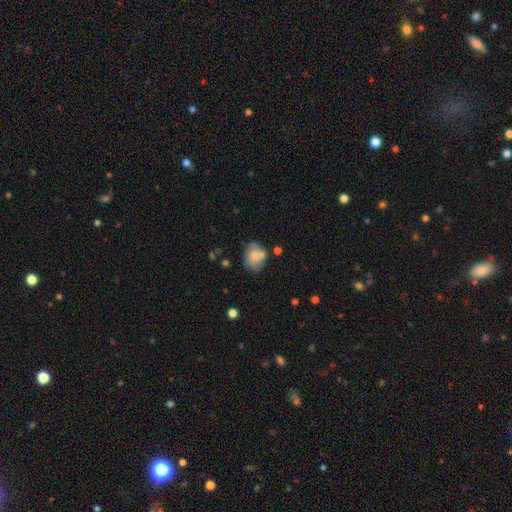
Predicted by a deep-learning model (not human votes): The model was most divided on "how rounded": in between: 51%, round: 48%, cigar-shaped: 1%. More confident: smooth or featured — smooth (73%); merging — none (50%).